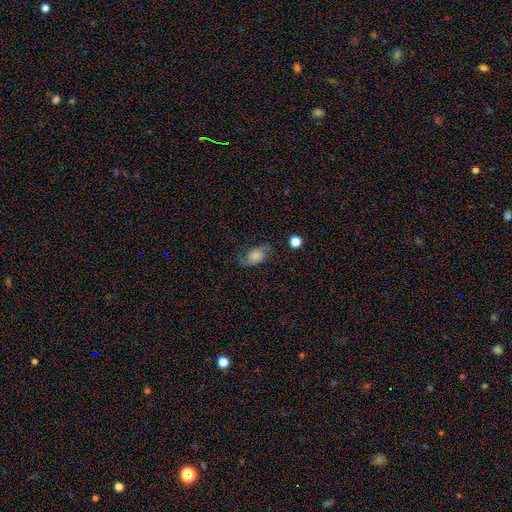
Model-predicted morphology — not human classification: Smooth or featured: featured or disk — 57% (smooth — 32%)
Edge-on disk: no — 96% (yes — 4%)
Bar: no — 69% (weak — 26%)
Spiral arms: yes — 92% (no — 8%)
Spiral winding: medium — 42% (loose — 41%)
Spiral arm count: 2 — 88% (can't tell — 5%)
Bulge size: small — 28% (moderate — 27%)
Merging: none — 70% (minor disturbance — 19%)